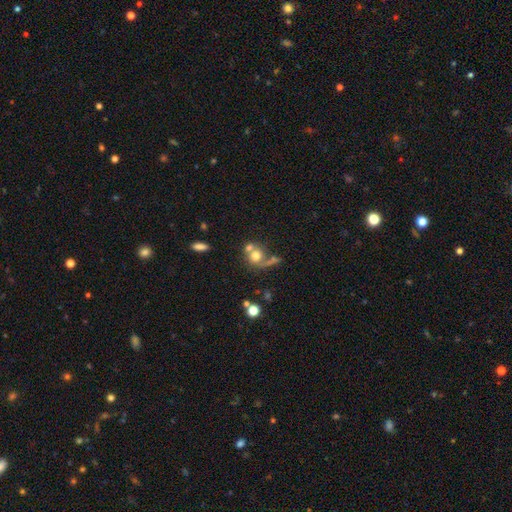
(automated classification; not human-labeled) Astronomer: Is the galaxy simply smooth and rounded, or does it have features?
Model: smooth — 62%.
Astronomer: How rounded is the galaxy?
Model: round — 78%.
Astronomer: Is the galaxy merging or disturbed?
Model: merger — 47% (runner-up: none, 30%).